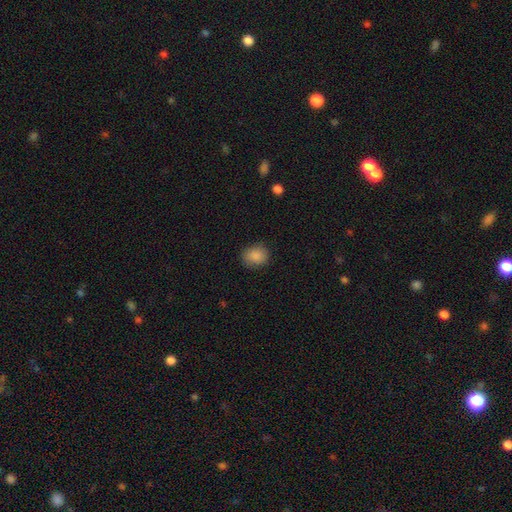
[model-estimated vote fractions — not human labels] smooth-or-featured: smooth: 87% | star or artifact: 8% | featured or disk: 4%
  how-rounded: round: 65% | in between: 34% | cigar-shaped: 1%
  merging: none: 82% | minor disturbance: 13% | major disturbance: 3% | merger: 1%